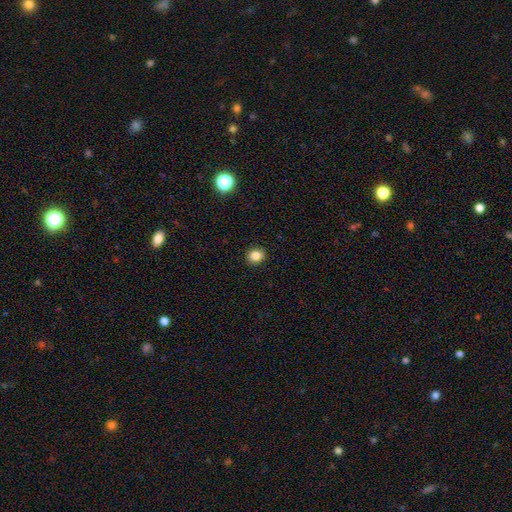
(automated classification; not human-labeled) The model was most divided on "how rounded": round: 73%, in between: 26%, cigar-shaped: 1%. More confident: merging — none (91%); smooth or featured — smooth (84%).